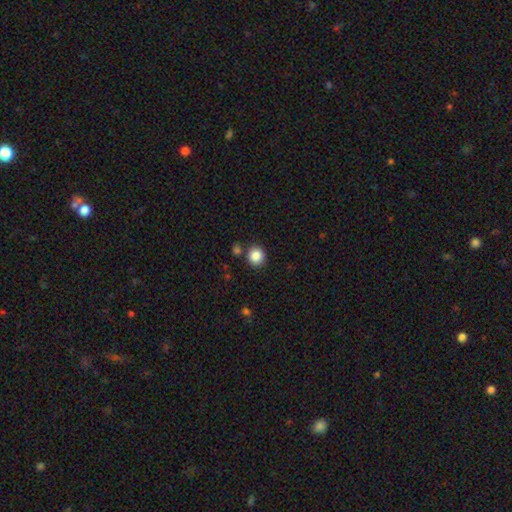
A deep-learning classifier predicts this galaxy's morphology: Smooth or featured? Predicted: smooth (p=0.87). How rounded? Predicted: round (p=0.89). Merging? Predicted: none (p=0.83).